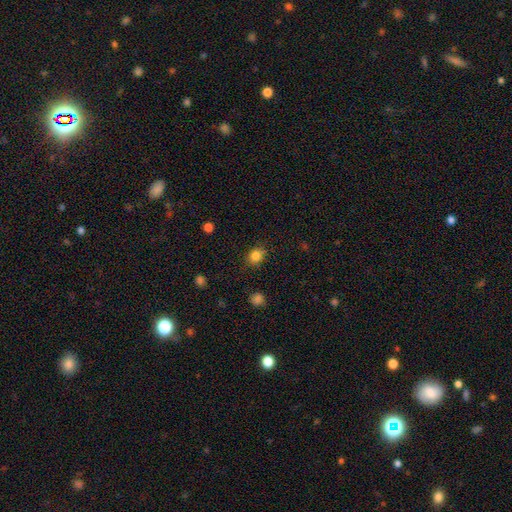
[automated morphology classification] Smooth or featured? Predicted: smooth (p=0.83). How rounded? Predicted: round (p=0.53). Merging? Predicted: none (p=0.83).